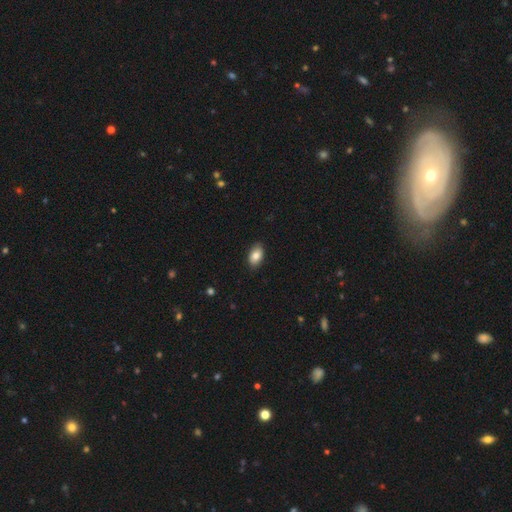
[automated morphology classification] A smooth galaxy with no disk features (83%) that is in between round and cigar-shaped (92%).

Vote fractions:
- Smooth or featured? smooth: 83% / featured or disk: 10% / star or artifact: 7%
- How rounded? in between: 92% / round: 6% / cigar-shaped: 2%
- Merging? none: 88% / minor disturbance: 10% / major disturbance: 2% / merger: 1%